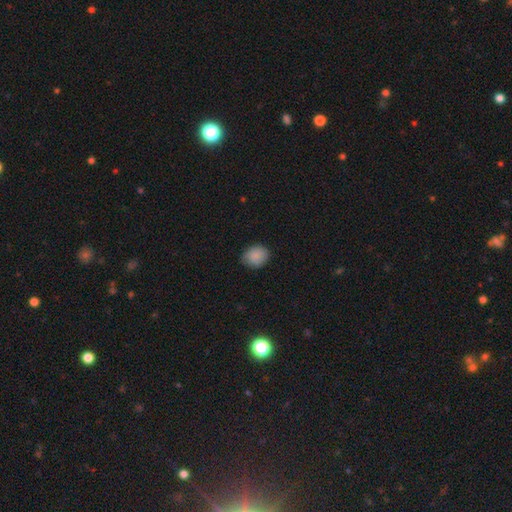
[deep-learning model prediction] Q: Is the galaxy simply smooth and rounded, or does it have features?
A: smooth — 87%.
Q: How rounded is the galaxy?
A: round — 56%.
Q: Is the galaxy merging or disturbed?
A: none — 78%.